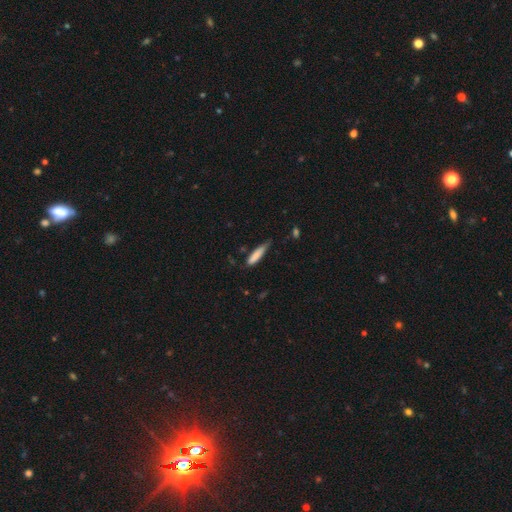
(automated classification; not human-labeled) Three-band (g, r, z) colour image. It shows a smooth galaxy with no disk features (82%) that is cigar-shaped (83%). Merging: none (59%).